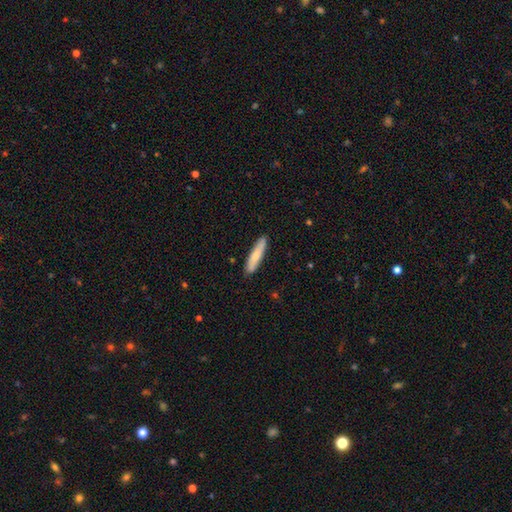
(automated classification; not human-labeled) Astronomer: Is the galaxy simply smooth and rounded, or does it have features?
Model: smooth — 74%.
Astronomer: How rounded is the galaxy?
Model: cigar-shaped — 86%.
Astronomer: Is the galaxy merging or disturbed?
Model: none — 88%.